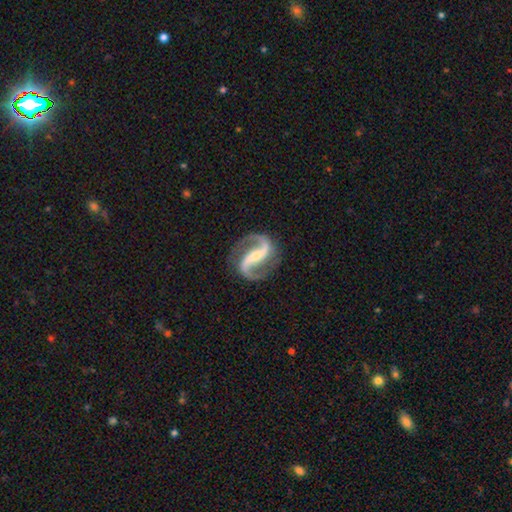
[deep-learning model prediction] Morphology: type=featured or disk (93%); edge-on=no (98%); bar=strong (50%); spiral arms=yes (98%); winding=medium (48%); arm count=2 (94%); bulge=small (53%); merging=none (84%).